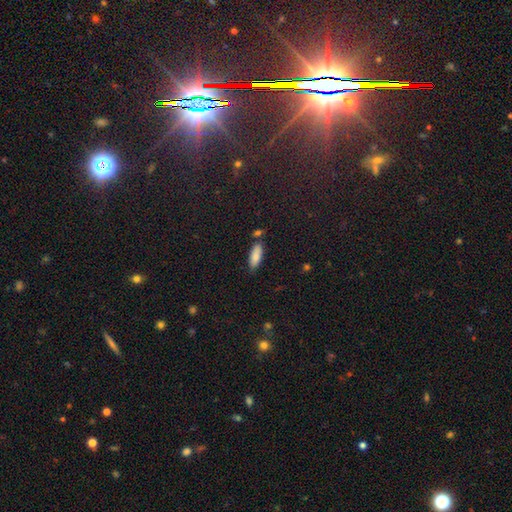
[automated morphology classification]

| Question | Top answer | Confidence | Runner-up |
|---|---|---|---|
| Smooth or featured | smooth | 85% | featured or disk (8%) |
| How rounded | in between | 69% | cigar-shaped (29%) |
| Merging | none | 74% | minor disturbance (16%) |